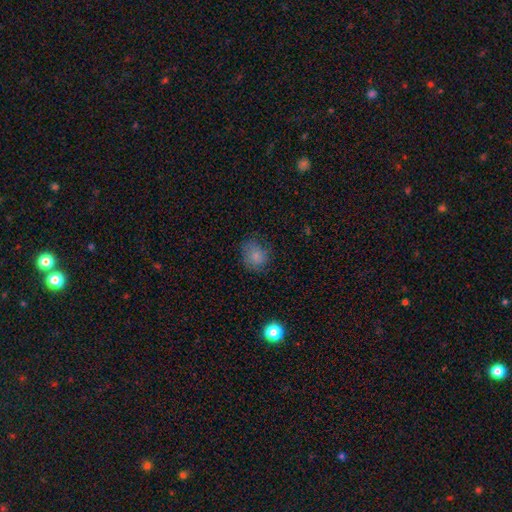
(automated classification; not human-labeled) Q: Smooth or featured?
A: smooth (79%); runner-up: star or artifact (11%)
Q: How rounded?
A: round (67%); runner-up: in between (32%)
Q: Merging?
A: none (70%); runner-up: minor disturbance (21%)